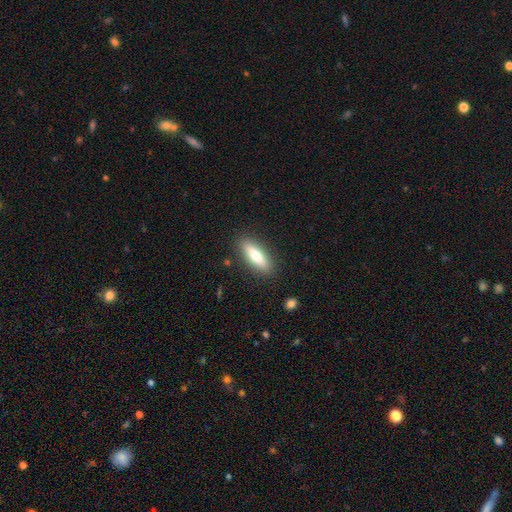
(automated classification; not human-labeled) The model was most divided on "how rounded": cigar-shaped: 55%, in between: 43%, round: 2%. More confident: merging — none (88%); smooth or featured — smooth (67%).